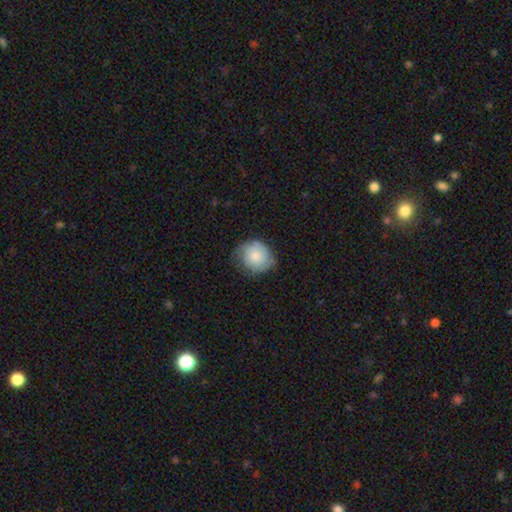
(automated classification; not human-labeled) smooth 63%, featured or disk 30%, star or artifact 7%. Down the decision tree: how rounded — round (82%); merging — none (58%).